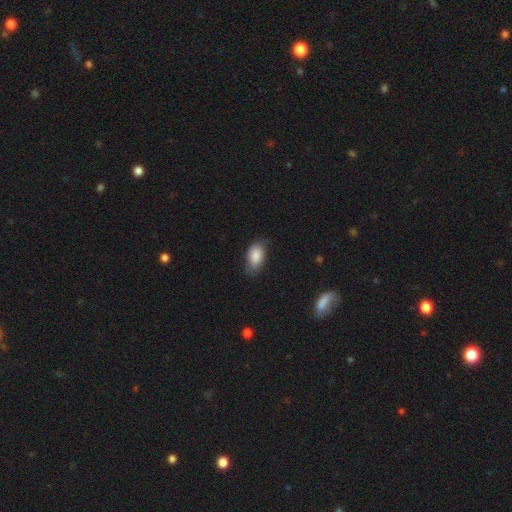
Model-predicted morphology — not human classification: smooth_or_featured: smooth (p=0.86) [alt: featured or disk p=0.07]
how_rounded: in between (p=0.92) [alt: round p=0.07]
merging: none (p=0.71) [alt: minor disturbance p=0.23]